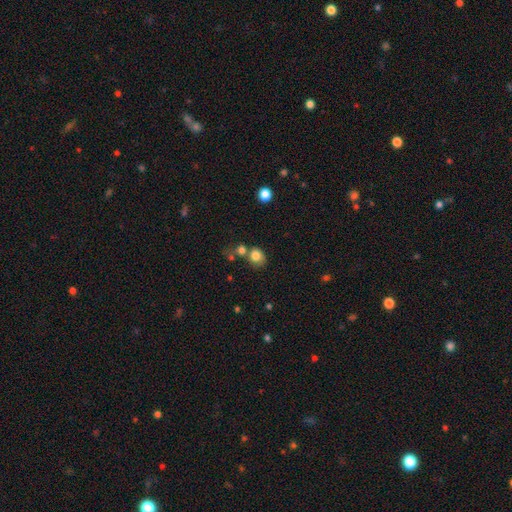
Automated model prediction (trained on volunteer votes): Smooth or featured?
  - smooth: 81% *
  - star or artifact: 11%
  - featured or disk: 9%
How rounded?
  - round: 66% *
  - in between: 33%
  - cigar-shaped: 1%
Merging?
  - none: 51% *
  - merger: 28%
  - minor disturbance: 14%
  - major disturbance: 7%